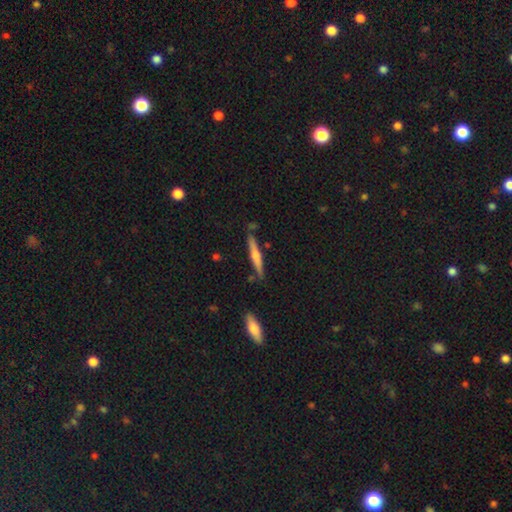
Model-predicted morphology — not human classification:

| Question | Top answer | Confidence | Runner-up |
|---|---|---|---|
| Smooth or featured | featured or disk | 51% | smooth (43%) |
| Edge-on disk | yes | 97% | no (3%) |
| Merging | none | 83% | minor disturbance (11%) |